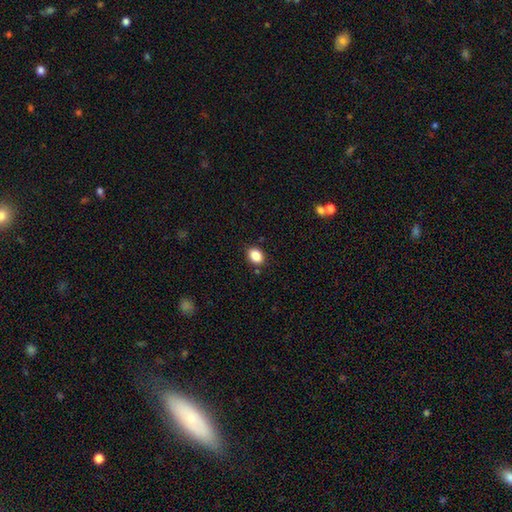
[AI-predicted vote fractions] A smooth galaxy with no disk features (87%) that is in between round and cigar-shaped (68%). Merging: none (86%).